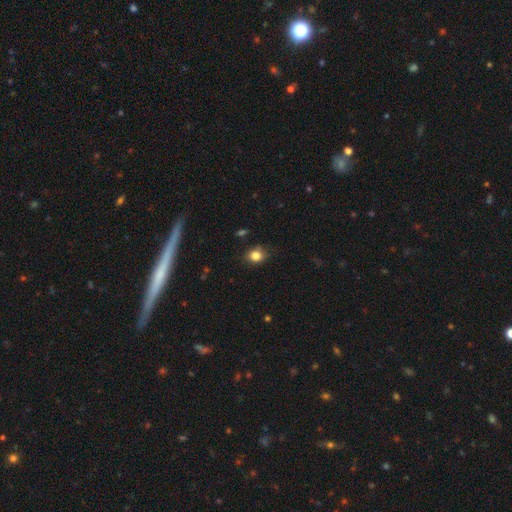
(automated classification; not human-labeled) Smooth or featured?
  - smooth: 83% *
  - star or artifact: 10%
  - featured or disk: 7%
How rounded?
  - round: 55% *
  - in between: 44%
  - cigar-shaped: 1%
Merging?
  - none: 75% *
  - minor disturbance: 20%
  - major disturbance: 4%
  - merger: 2%